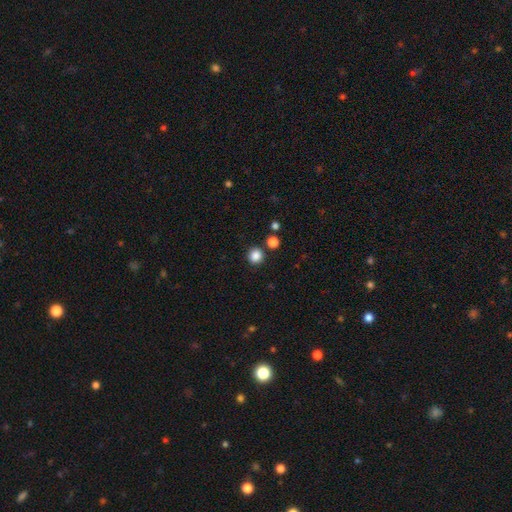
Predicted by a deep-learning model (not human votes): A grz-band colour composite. It shows a smooth galaxy with no disk features (85%) that is round (92%). Merging: none (87%).